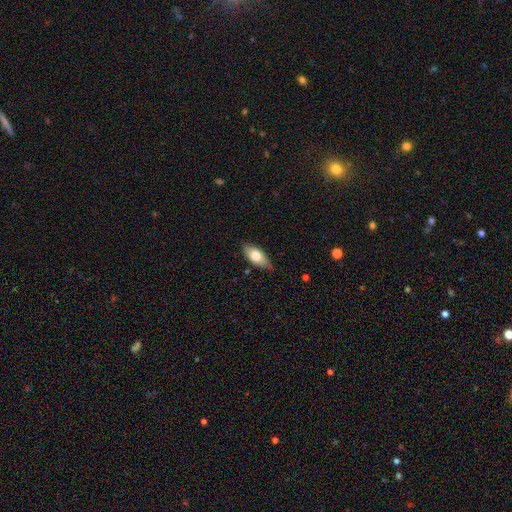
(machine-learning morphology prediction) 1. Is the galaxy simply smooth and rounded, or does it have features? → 72% smooth, 21% featured or disk, 6% star or artifact.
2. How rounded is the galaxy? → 88% in between, 9% cigar-shaped, 3% round.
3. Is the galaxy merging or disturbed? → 76% none, 20% minor disturbance, 3% major disturbance, 1% merger.